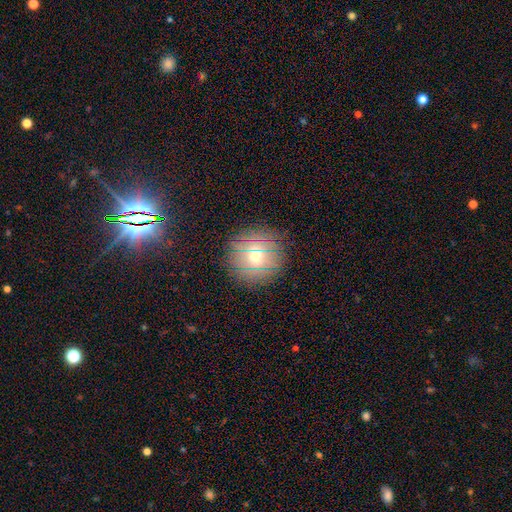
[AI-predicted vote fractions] The model was most divided on "smooth or featured": smooth: 57%, featured or disk: 25%, star or artifact: 18%. More confident: how rounded — round (91%); merging — none (86%).